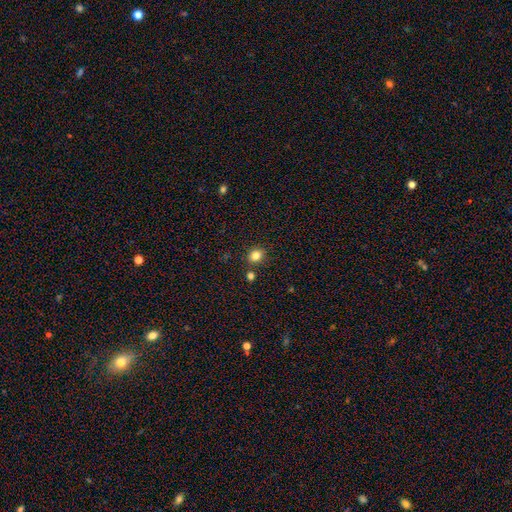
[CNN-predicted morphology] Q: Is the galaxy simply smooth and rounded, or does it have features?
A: smooth — 82%.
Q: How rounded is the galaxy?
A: round — 61%.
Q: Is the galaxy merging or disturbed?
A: none — 82%.